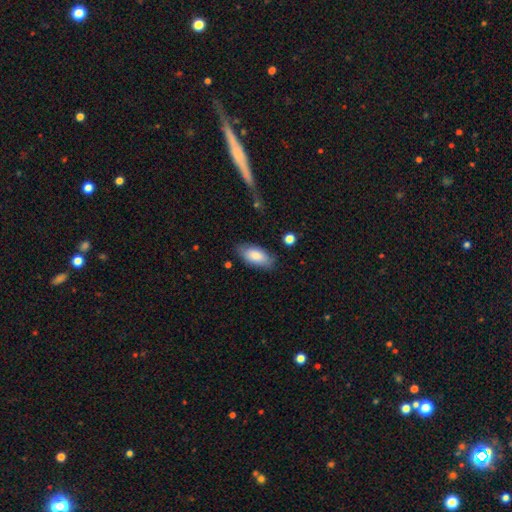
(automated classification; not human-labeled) smooth 81%, featured or disk 13%, star or artifact 6%. Down the decision tree: how rounded — in between (91%); merging — none (79%).